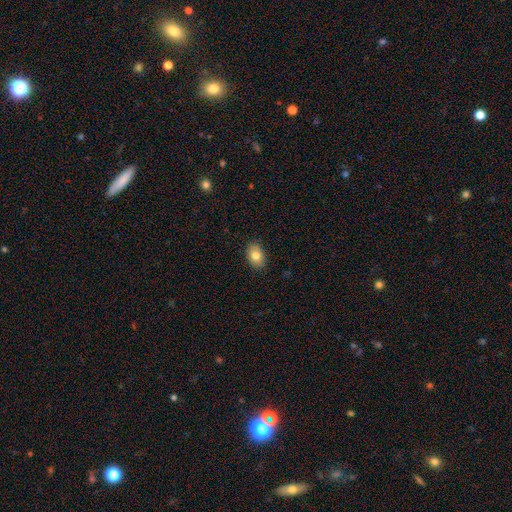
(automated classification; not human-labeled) A smooth galaxy with no disk features (81%) that is in between round and cigar-shaped (85%). Merging: none (88%).